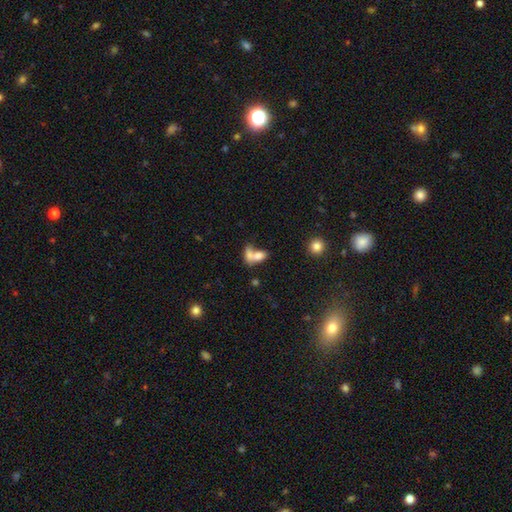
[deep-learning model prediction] A smooth galaxy with no disk features (73%) that is in between round and cigar-shaped (82%).

Vote fractions:
- Smooth or featured? smooth: 73% / featured or disk: 17% / star or artifact: 10%
- How rounded? in between: 82% / round: 12% / cigar-shaped: 7%
- Merging? merger: 66% / none: 20% / minor disturbance: 7% / major disturbance: 6%